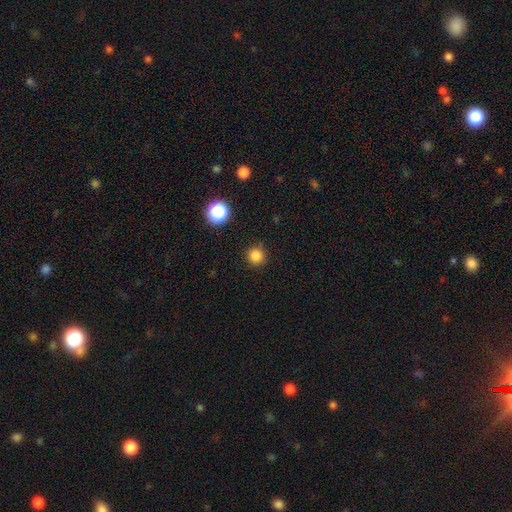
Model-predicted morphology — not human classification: This appears to be a smooth galaxy with no disk features (83%) that is round (95%). Merging: none (89%).